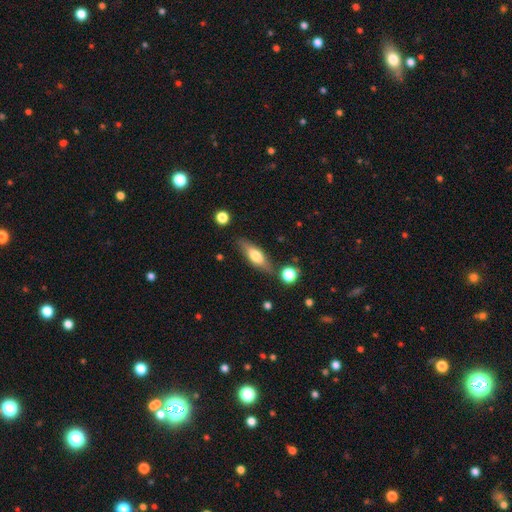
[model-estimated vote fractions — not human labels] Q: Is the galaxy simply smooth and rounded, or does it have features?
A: smooth — 60%.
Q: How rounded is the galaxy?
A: in between — 53%.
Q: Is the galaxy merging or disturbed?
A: none — 76%.